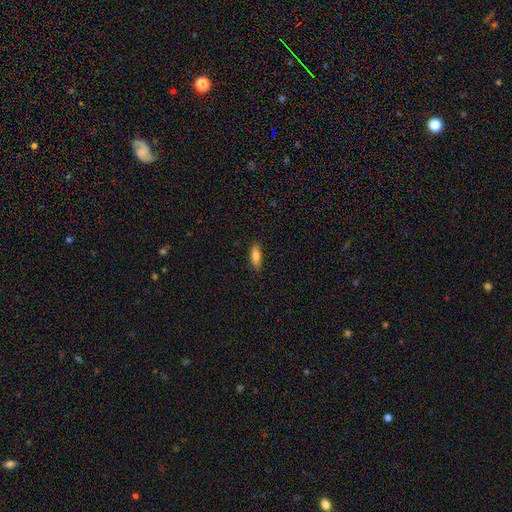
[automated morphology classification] smooth 82%, featured or disk 11%, star or artifact 7%. Down the decision tree: how rounded — in between (69%); merging — none (82%).